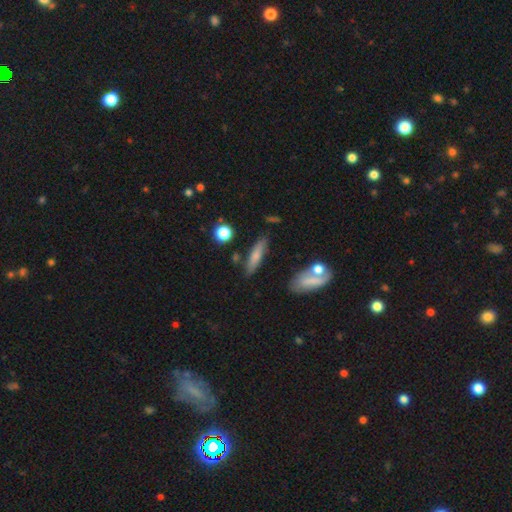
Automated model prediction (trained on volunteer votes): Smooth or featured?
  - smooth: 70% *
  - featured or disk: 22%
  - star or artifact: 7%
How rounded?
  - cigar-shaped: 76% *
  - in between: 22%
  - round: 3%
Merging?
  - none: 79% *
  - minor disturbance: 12%
  - merger: 5%
  - major disturbance: 3%